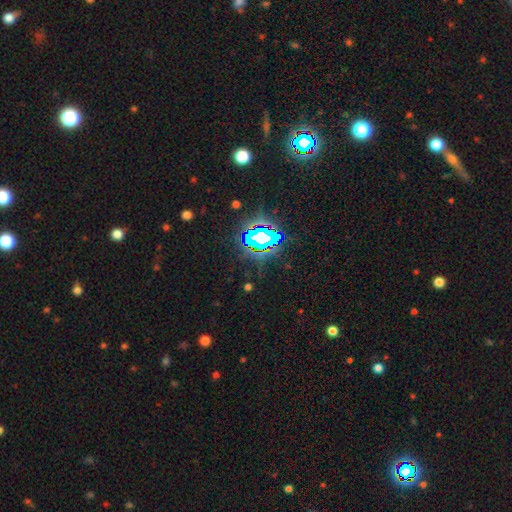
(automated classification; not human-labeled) Overall: star or artifact (80%).